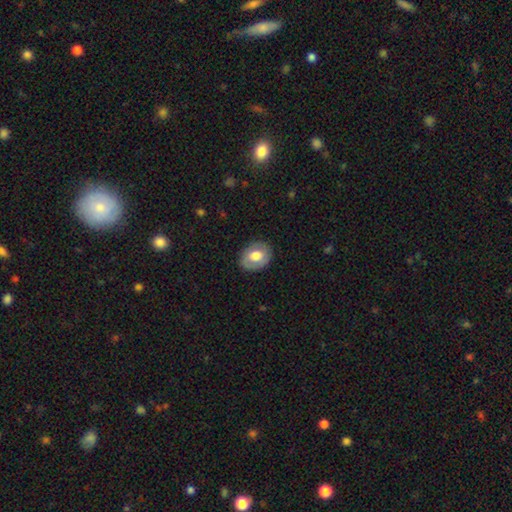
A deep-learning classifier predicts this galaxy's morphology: smooth 54%, featured or disk 39%, star or artifact 7%. Down the decision tree: how rounded — in between (58%); merging — none (83%).